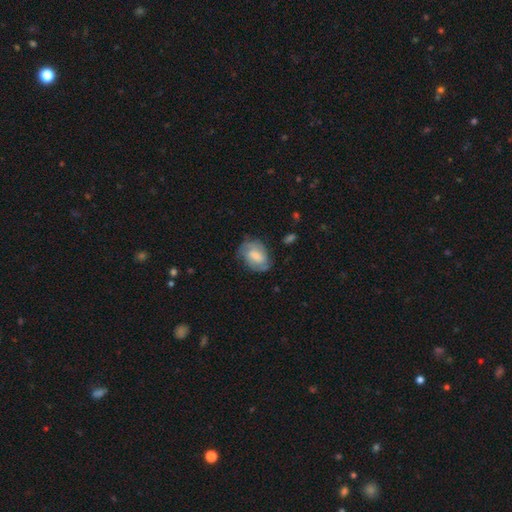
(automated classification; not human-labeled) Q: Smooth or featured?
A: featured or disk (56%); runner-up: smooth (37%)
Q: Edge-on disk?
A: no (97%); runner-up: yes (3%)
Q: Bar?
A: weak (47%); runner-up: no (39%)
Q: Spiral arms?
A: yes (84%); runner-up: no (16%)
Q: Bulge size?
A: moderate (37%); runner-up: small (28%)
Q: Merging?
A: none (68%); runner-up: minor disturbance (22%)